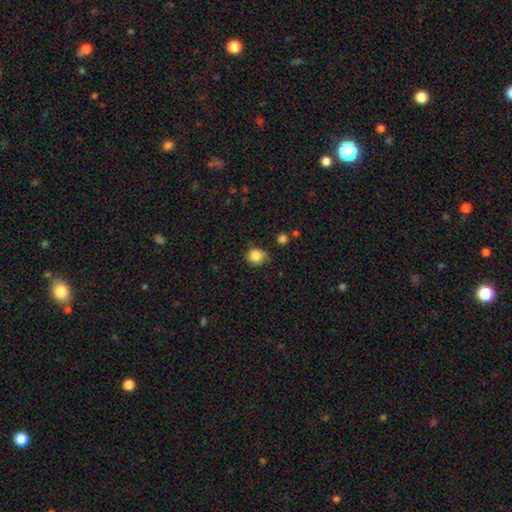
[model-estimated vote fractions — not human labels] Morphology: type=smooth (85%); roundness=round (75%); merging=none (70%).